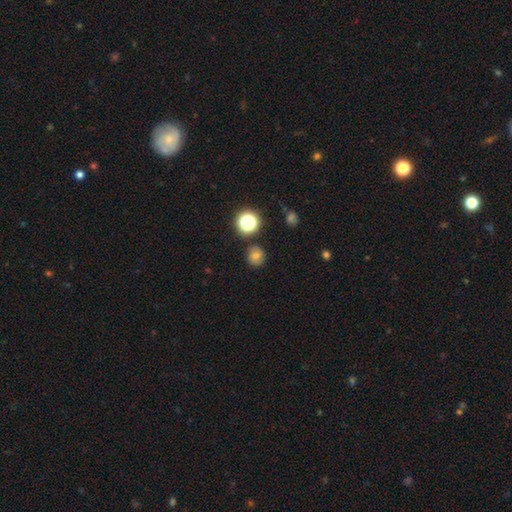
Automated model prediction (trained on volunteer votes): This appears to be a smooth galaxy with no disk features (61%) that is round (90%). Merging: none (86%).